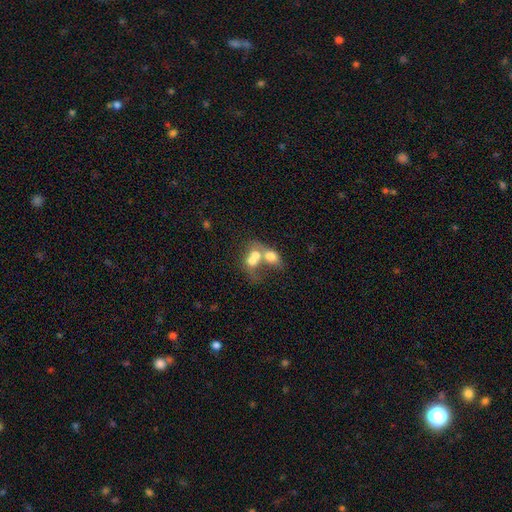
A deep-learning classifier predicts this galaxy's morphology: This appears to be a smooth galaxy with no disk features (60%) that is in between round and cigar-shaped (58%). Merging: merger (75%).